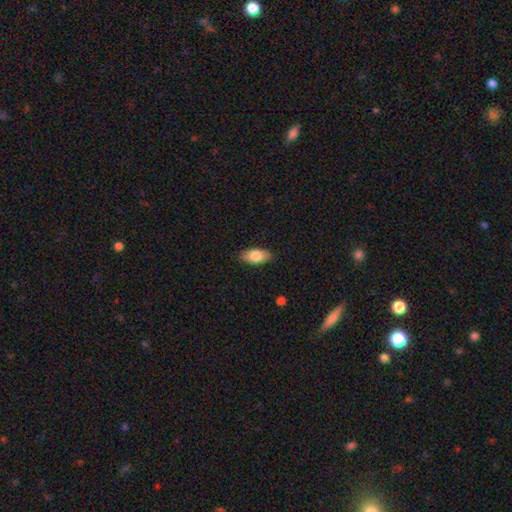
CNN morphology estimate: Smooth or featured? Predicted: smooth (p=0.79). How rounded? Predicted: in between (p=0.89). Merging? Predicted: none (p=0.87).